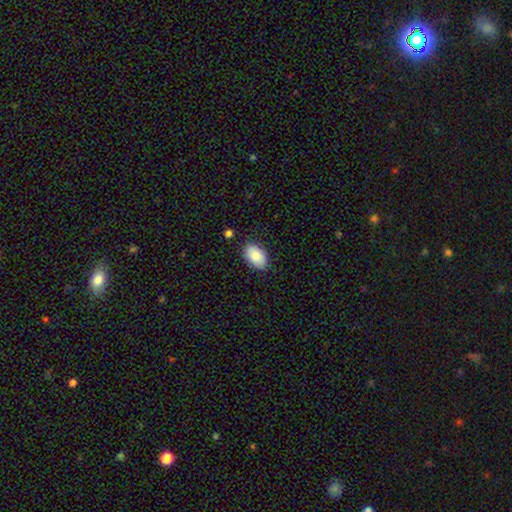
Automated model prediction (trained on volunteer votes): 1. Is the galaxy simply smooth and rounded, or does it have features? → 86% smooth, 7% featured or disk, 7% star or artifact.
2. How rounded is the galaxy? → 92% in between, 7% round, 1% cigar-shaped.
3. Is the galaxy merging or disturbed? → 85% none, 11% minor disturbance, 2% major disturbance, 1% merger.